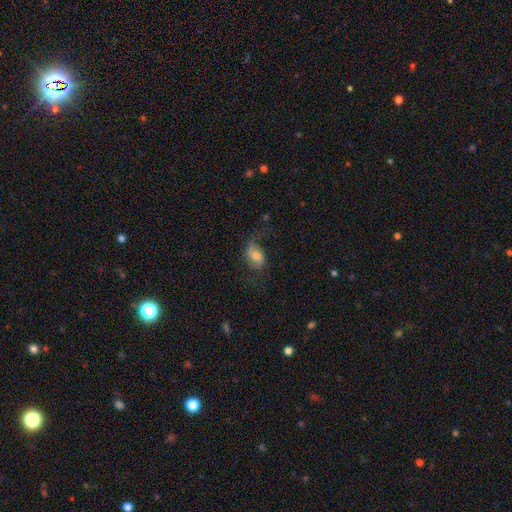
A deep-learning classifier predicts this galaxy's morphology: smooth_or_featured: featured or disk (p=0.49) [alt: smooth p=0.42]
merging: none (p=0.53) [alt: minor disturbance p=0.25]